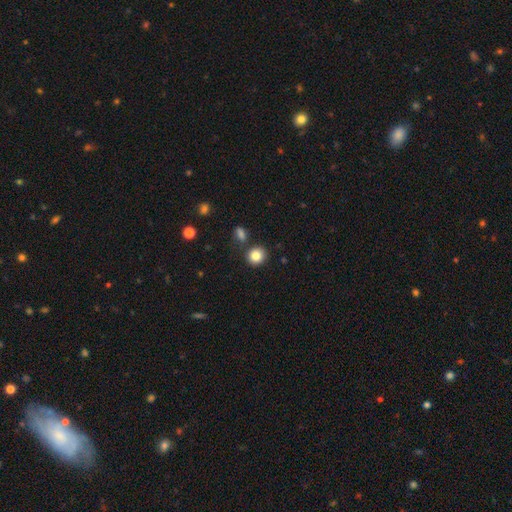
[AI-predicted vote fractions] Smooth or featured? Predicted: smooth (p=0.85). How rounded? Predicted: round (p=0.84). Merging? Predicted: none (p=0.83).